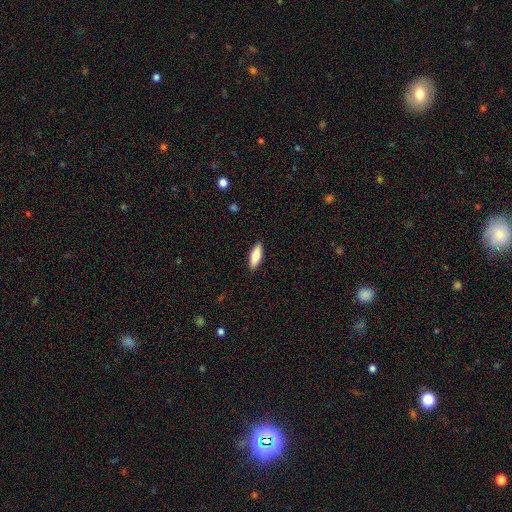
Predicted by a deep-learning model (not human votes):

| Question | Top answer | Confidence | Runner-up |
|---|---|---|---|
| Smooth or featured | smooth | 78% | featured or disk (16%) |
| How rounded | in between | 63% | cigar-shaped (35%) |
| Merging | none | 90% | minor disturbance (8%) |